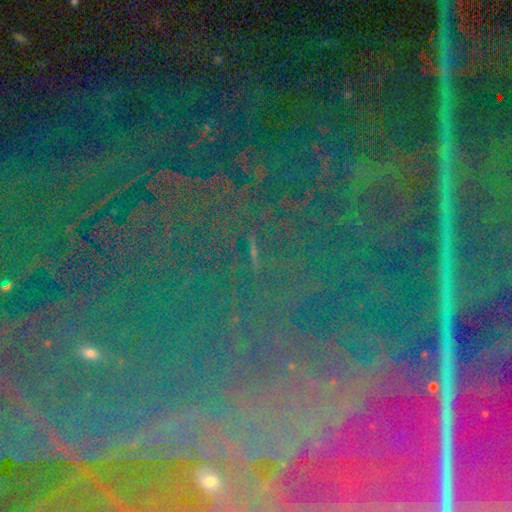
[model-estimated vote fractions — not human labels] star or artifact 86%, featured or disk 8%, smooth 7%.